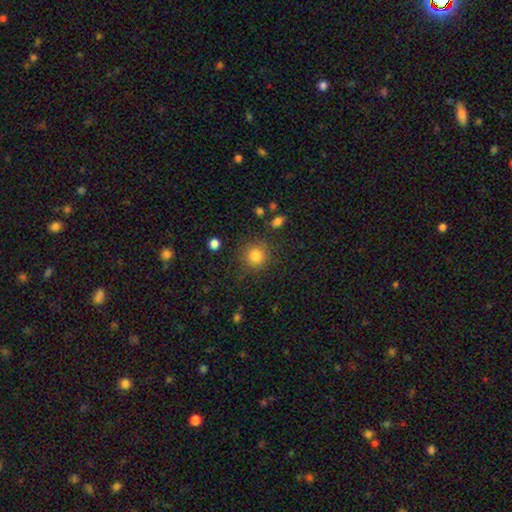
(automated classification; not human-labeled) This appears to be a smooth galaxy with no disk features (84%) that is round (91%). Merging: none (83%).